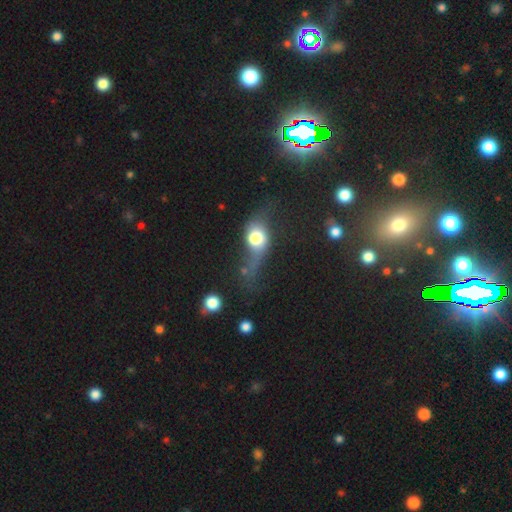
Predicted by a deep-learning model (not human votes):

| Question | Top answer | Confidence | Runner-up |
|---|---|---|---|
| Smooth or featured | smooth | 50% | featured or disk (33%) |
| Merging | major disturbance | 33% | tied: none (33%) |